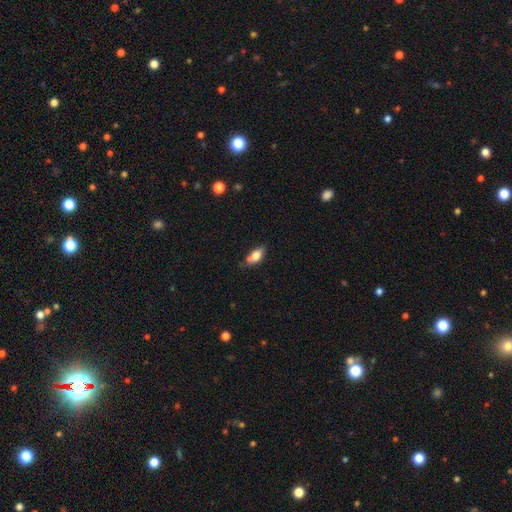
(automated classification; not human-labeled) Overall: smooth (71%). How rounded: in between (84%). Merging: none (64%; minor disturbance 24%).